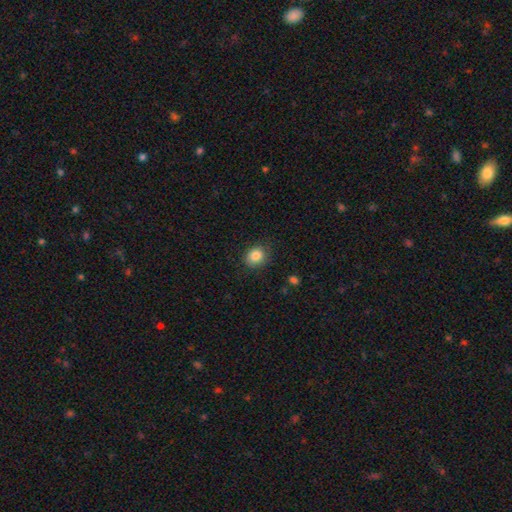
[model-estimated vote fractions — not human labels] Q: Smooth or featured?
A: smooth (84%); runner-up: star or artifact (9%)
Q: How rounded?
A: round (61%); runner-up: in between (38%)
Q: Merging?
A: none (82%); runner-up: minor disturbance (13%)